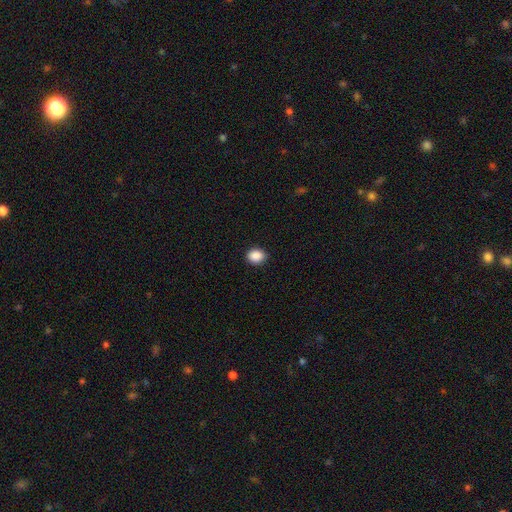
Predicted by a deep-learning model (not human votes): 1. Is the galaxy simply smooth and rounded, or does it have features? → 89% smooth, 9% star or artifact, 3% featured or disk.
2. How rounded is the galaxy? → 54% round, 45% in between, 1% cigar-shaped.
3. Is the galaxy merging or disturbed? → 90% none, 7% minor disturbance, 2% major disturbance, 1% merger.